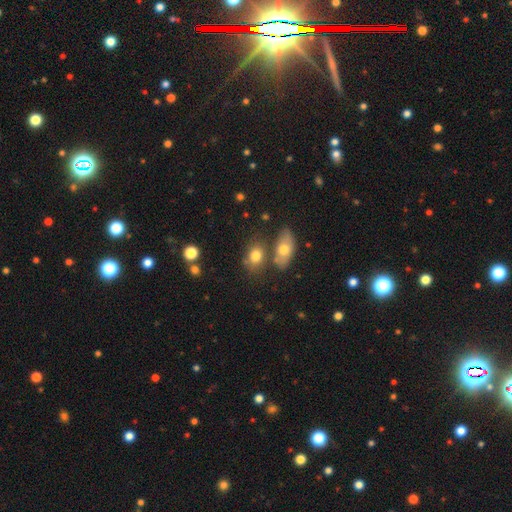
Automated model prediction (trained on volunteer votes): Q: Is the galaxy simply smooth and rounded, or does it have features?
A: smooth — 76%.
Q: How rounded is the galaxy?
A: in between — 73%.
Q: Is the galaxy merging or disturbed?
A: none — 56%.